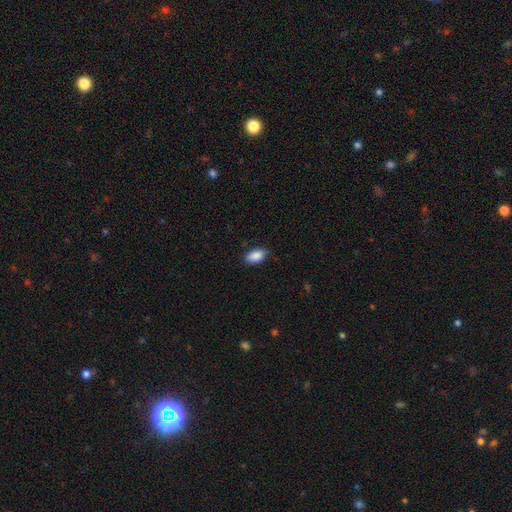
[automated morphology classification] Q: Smooth or featured?
A: smooth (89%); runner-up: star or artifact (7%)
Q: How rounded?
A: in between (93%); runner-up: round (4%)
Q: Merging?
A: none (81%); runner-up: minor disturbance (15%)